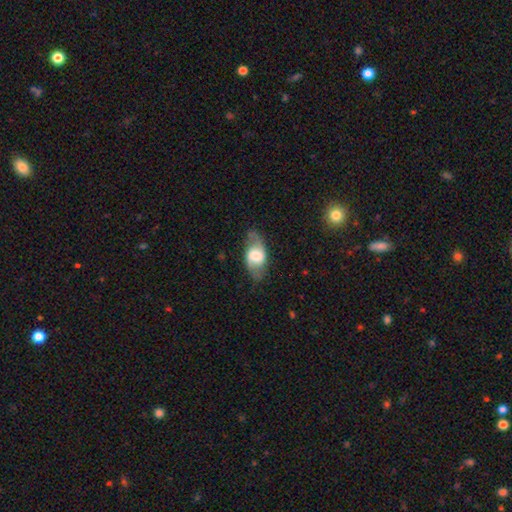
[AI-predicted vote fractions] The model was most divided on "smooth or featured": featured or disk: 54%, smooth: 40%, star or artifact: 7%. More confident: edge-on disk — no (87%); merging — none (75%).